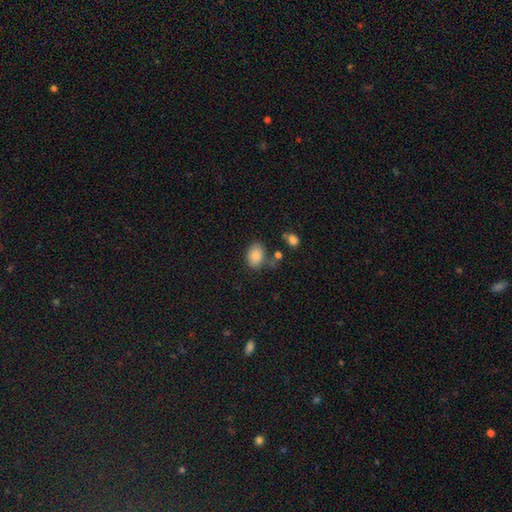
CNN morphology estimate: smooth-or-featured: smooth: 86% | star or artifact: 8% | featured or disk: 6%
  how-rounded: in between: 78% | round: 21% | cigar-shaped: 1%
  merging: none: 68% | minor disturbance: 18% | merger: 8% | major disturbance: 6%